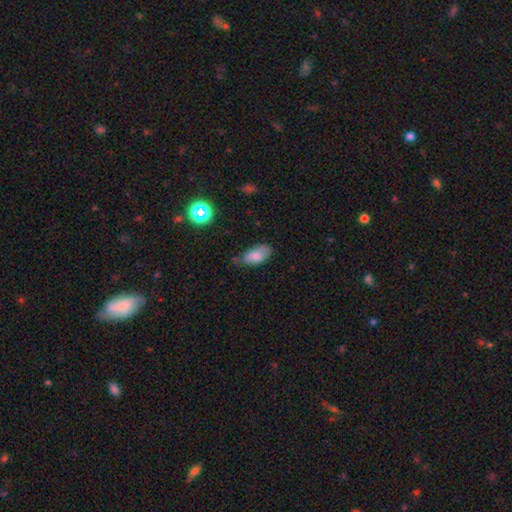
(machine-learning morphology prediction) Smooth or featured: smooth — 77% (featured or disk — 13%)
How rounded: in between — 91% (round — 5%)
Merging: none — 62% (minor disturbance — 30%)